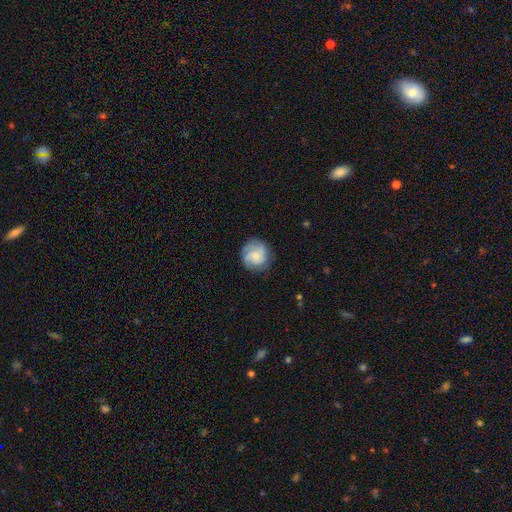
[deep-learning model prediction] The model was most divided on "spiral winding": tight: 50%, medium: 38%, loose: 12%. Remaining: edge-on disk — no (98%); spiral arms — yes (95%); merging — none (79%); bar — no (71%); smooth or featured — featured or disk (65%); bulge size — small (58%); spiral arm count — 3 (47%).